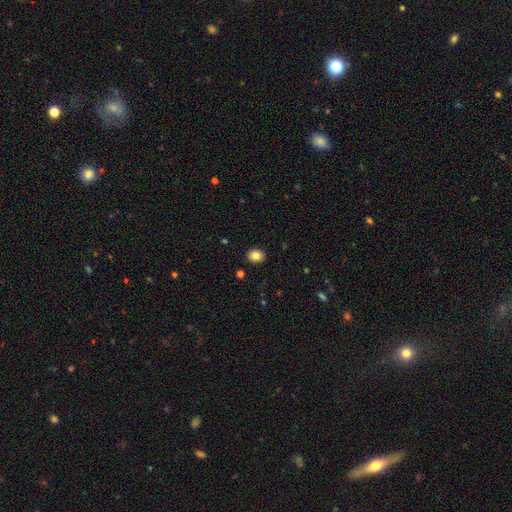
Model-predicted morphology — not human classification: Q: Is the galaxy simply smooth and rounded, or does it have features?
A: smooth — 84%.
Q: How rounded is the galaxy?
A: round — 51%.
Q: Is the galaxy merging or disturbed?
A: none — 90%.